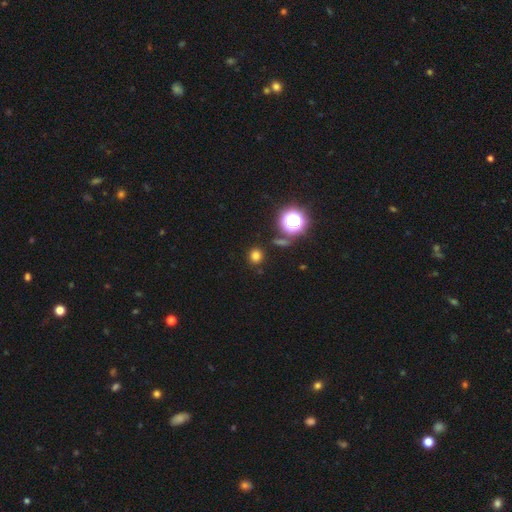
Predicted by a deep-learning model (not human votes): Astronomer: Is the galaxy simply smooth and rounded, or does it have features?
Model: smooth — 73%.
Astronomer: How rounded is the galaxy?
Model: round — 91%.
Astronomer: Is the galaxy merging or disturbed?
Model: none — 88%.